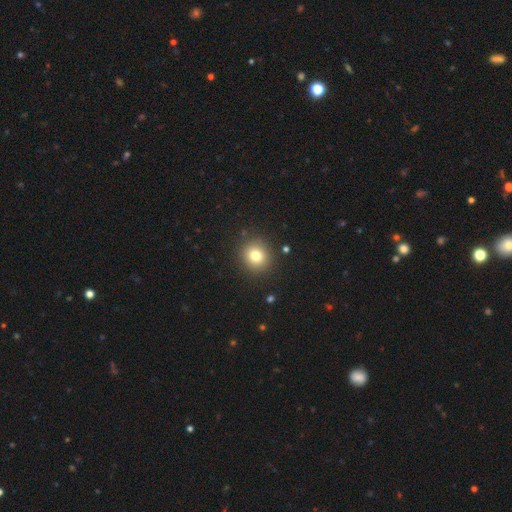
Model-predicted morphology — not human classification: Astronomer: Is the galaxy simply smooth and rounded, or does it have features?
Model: smooth — 79%.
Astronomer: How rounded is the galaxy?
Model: round — 85%.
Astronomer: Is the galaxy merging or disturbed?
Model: none — 89%.